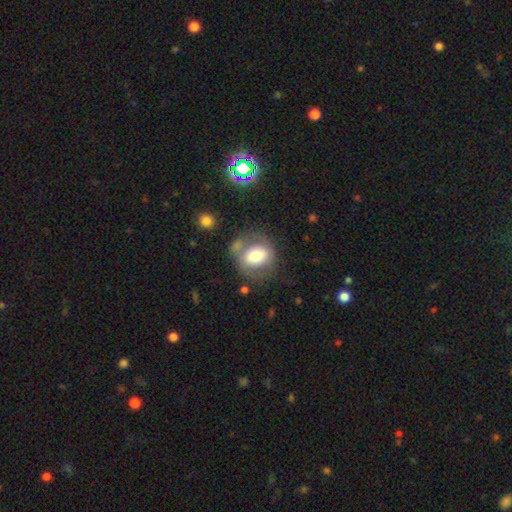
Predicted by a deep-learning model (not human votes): A smooth galaxy with no disk features (63%) that is round (62%).

Vote fractions:
- Smooth or featured? smooth: 63% / featured or disk: 29% / star or artifact: 8%
- How rounded? round: 62% / in between: 37% / cigar-shaped: 1%
- Merging? none: 56% / minor disturbance: 20% / major disturbance: 13% / merger: 12%